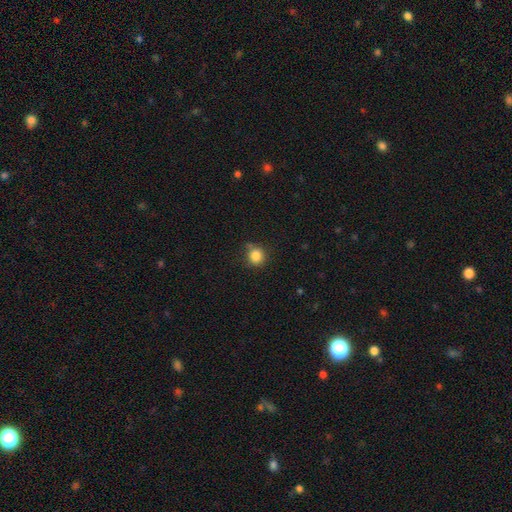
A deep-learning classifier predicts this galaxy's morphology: This appears to be a smooth galaxy with no disk features (84%) that is round (87%). Merging: none (75%).